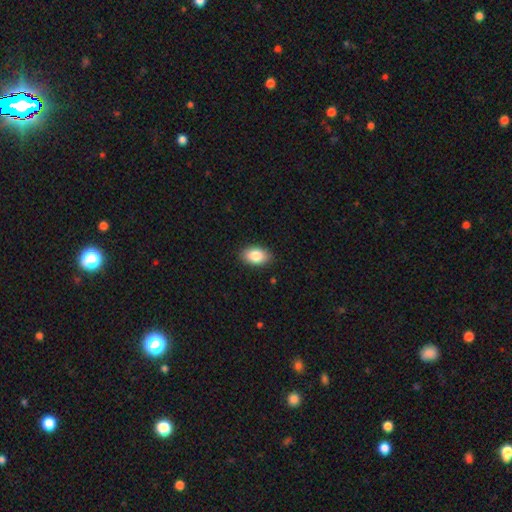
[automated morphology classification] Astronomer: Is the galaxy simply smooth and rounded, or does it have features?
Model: smooth — 86%.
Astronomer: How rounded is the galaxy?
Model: in between — 90%.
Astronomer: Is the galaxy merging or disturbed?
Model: none — 89%.